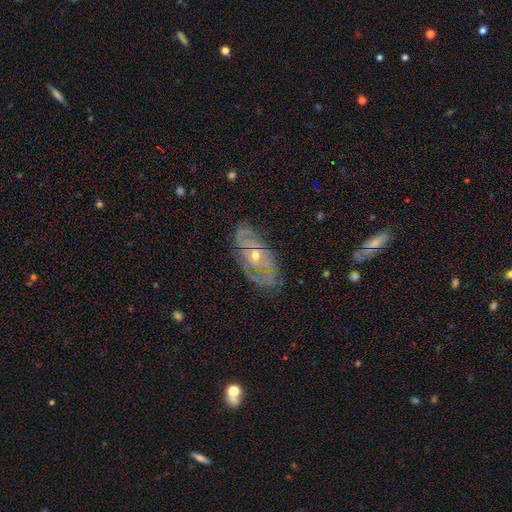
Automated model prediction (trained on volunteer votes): Q: Smooth or featured?
A: featured or disk (81%); runner-up: smooth (11%)
Q: Edge-on disk?
A: no (90%); runner-up: yes (10%)
Q: Bar?
A: no (74%); runner-up: weak (20%)
Q: Spiral arms?
A: yes (82%); runner-up: no (18%)
Q: Spiral winding?
A: tight (68%); runner-up: medium (25%)
Q: Spiral arm count?
A: can't tell (46%); runner-up: 2 (30%)
Q: Bulge size?
A: moderate (57%); runner-up: small (39%)
Q: Merging?
A: none (77%); runner-up: minor disturbance (17%)